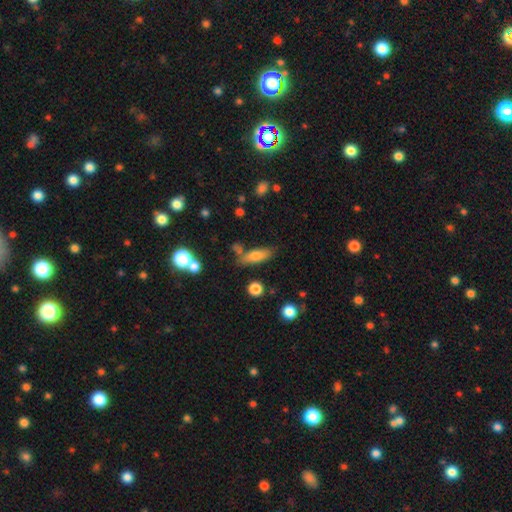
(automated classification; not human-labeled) Smooth or featured: smooth — 73% (featured or disk — 19%)
How rounded: in between — 57% (cigar-shaped — 39%)
Merging: none — 67% (minor disturbance — 17%)